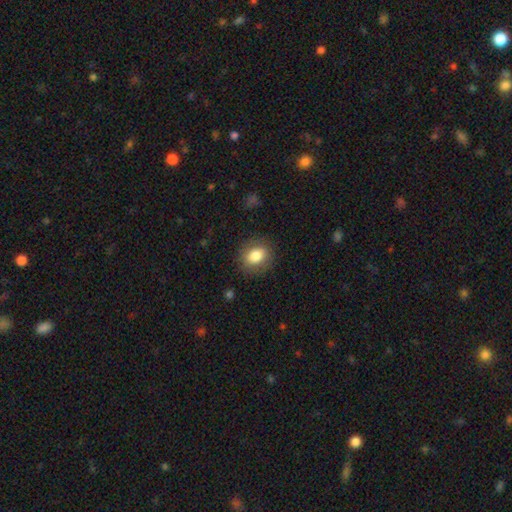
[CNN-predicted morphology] Smooth or featured?
  - smooth: 81% *
  - featured or disk: 11%
  - star or artifact: 8%
How rounded?
  - round: 54% *
  - in between: 45%
  - cigar-shaped: 1%
Merging?
  - none: 85% *
  - minor disturbance: 10%
  - major disturbance: 4%
  - merger: 1%